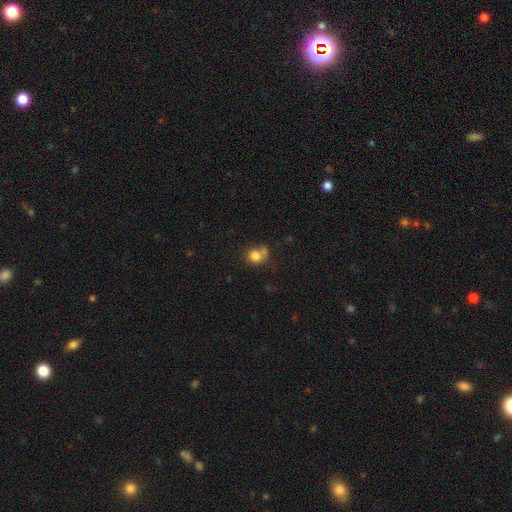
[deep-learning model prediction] smooth 80%, star or artifact 11%, featured or disk 9%. Down the decision tree: how rounded — round (73%); merging — none (47%).